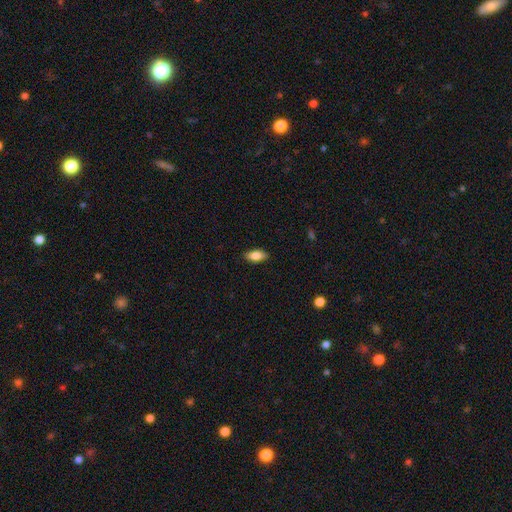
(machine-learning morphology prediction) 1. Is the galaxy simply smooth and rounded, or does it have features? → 82% smooth, 11% featured or disk, 7% star or artifact.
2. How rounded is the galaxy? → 86% in between, 11% cigar-shaped, 3% round.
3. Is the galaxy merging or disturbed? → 88% none, 9% minor disturbance, 2% major disturbance, 1% merger.